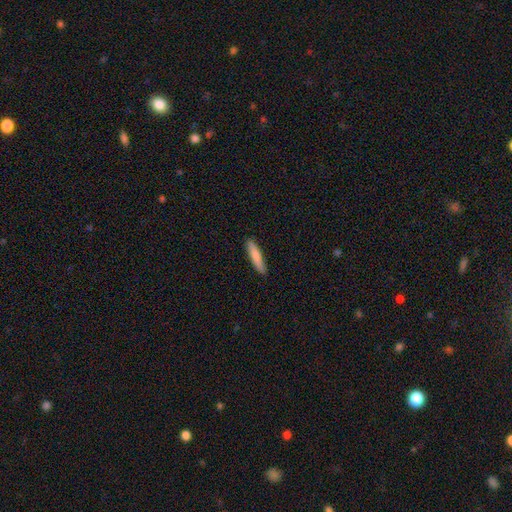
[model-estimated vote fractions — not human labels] smooth 81%, featured or disk 14%, star or artifact 5%. Down the decision tree: how rounded — cigar-shaped (85%); merging — none (88%).